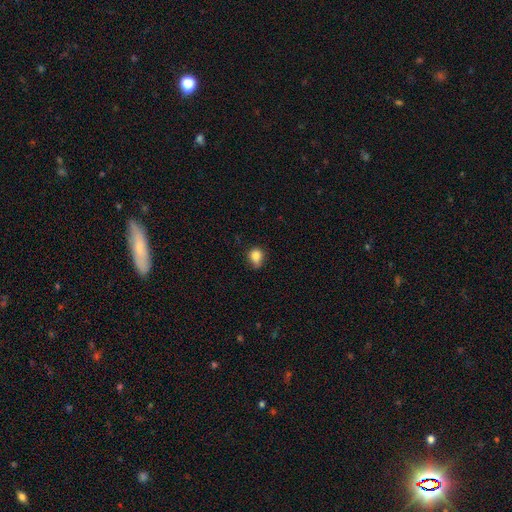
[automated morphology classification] This is clearly a smooth galaxy (84%). How rounded: possibly round (55%). Merging: possibly none (48%).